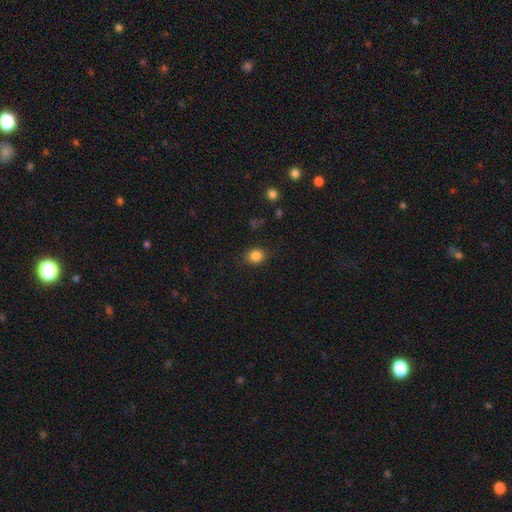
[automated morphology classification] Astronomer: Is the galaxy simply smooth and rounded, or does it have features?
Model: smooth — 84%.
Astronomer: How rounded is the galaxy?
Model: round — 63%.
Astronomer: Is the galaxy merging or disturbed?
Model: none — 87%.